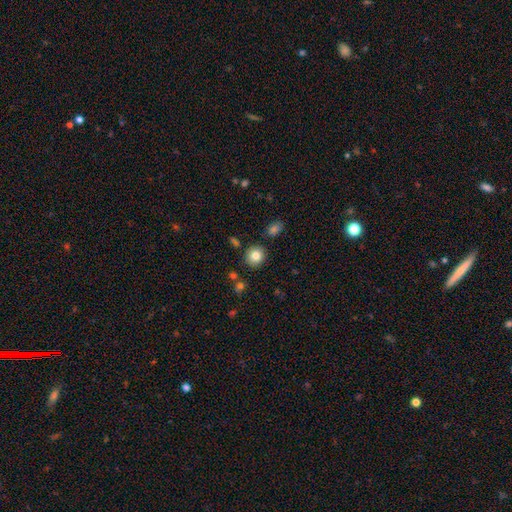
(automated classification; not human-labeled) Smooth or featured? Predicted: smooth (p=0.82). How rounded? Predicted: round (p=0.86). Merging? Predicted: none (p=0.87).